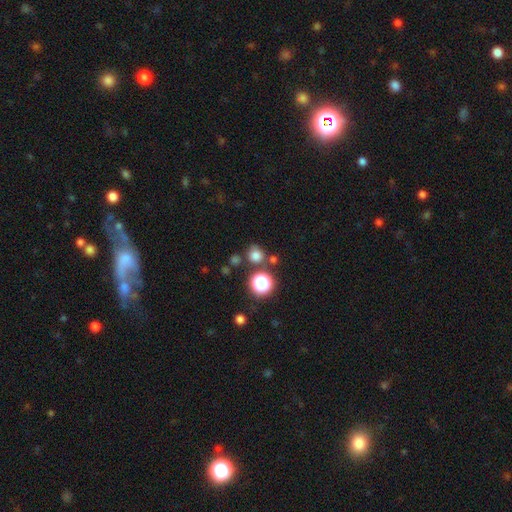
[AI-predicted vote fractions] smooth 75%, star or artifact 19%, featured or disk 6%. Down the decision tree: how rounded — round (86%); merging — none (73%).